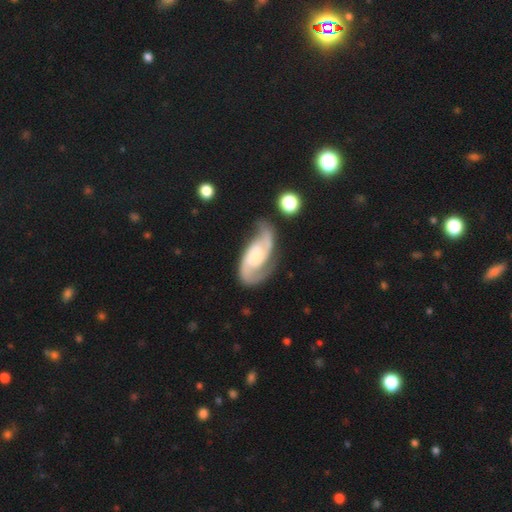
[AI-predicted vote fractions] Smooth or featured?
  - featured or disk: 88% *
  - smooth: 8%
  - star or artifact: 5%
Edge-on disk?
  - no: 96% *
  - yes: 4%
Bar?
  - no: 58% *
  - weak: 31%
  - strong: 11%
Spiral arms?
  - yes: 97% *
  - no: 3%
Spiral winding?
  - medium: 50% *
  - tight: 27%
  - loose: 23%
Spiral arm count?
  - 2: 90% *
  - can't tell: 4%
  - 1: 2%
  - 3: 2%
  - 4: 1%
  - more than 4: 1%
Bulge size?
  - small: 53% *
  - moderate: 31%
  - none: 7%
  - large: 6%
  - dominant: 2%
Merging?
  - none: 66% *
  - minor disturbance: 20%
  - major disturbance: 10%
  - merger: 4%